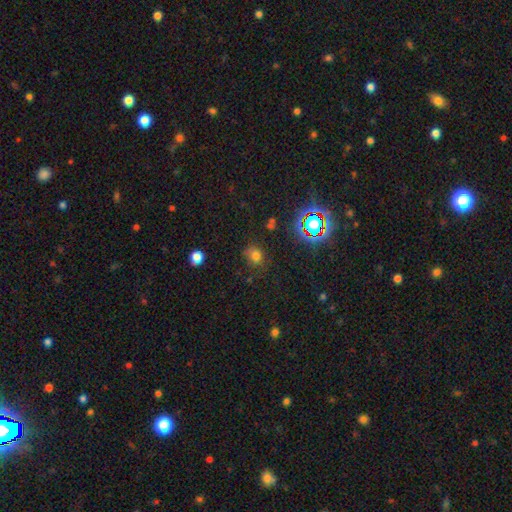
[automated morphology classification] Overall: smooth (67%). How rounded: round (63%; in between 36%). Merging: none (70%).